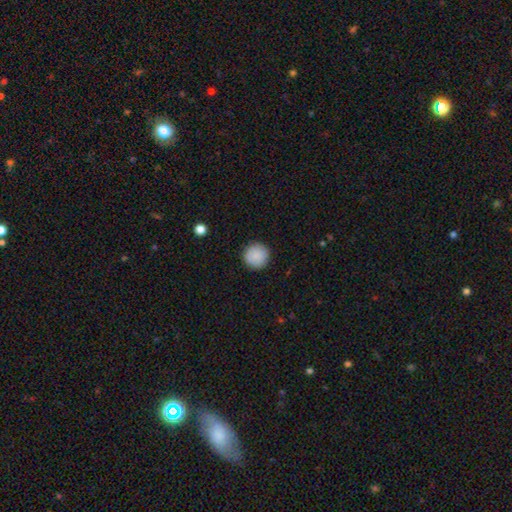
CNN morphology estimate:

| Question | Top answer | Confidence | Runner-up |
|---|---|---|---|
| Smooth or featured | smooth | 89% | star or artifact (7%) |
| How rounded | round | 96% | in between (3%) |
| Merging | none | 92% | minor disturbance (5%) |